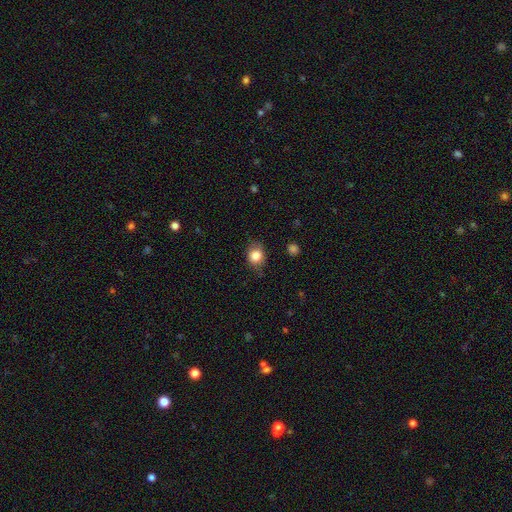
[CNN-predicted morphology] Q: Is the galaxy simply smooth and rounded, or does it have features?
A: smooth — 83%.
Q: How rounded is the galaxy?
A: round — 60%.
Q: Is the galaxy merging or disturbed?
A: none — 75%.